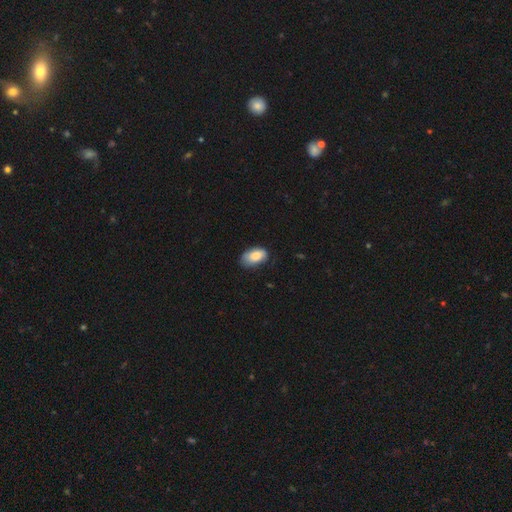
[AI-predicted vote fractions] Q: Smooth or featured?
A: smooth (81%); runner-up: featured or disk (12%)
Q: How rounded?
A: in between (93%); runner-up: round (6%)
Q: Merging?
A: none (64%); runner-up: minor disturbance (30%)